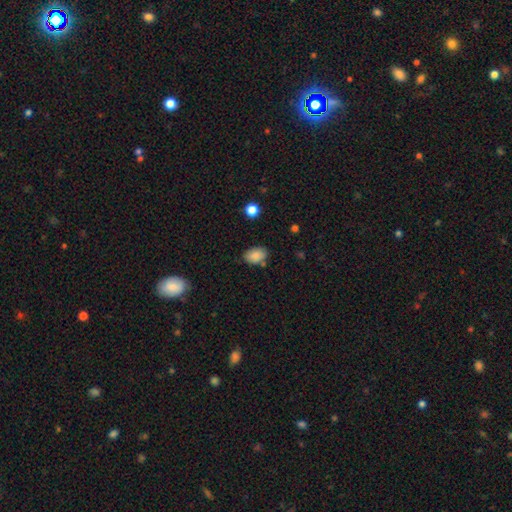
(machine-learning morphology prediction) Q: Smooth or featured?
A: smooth (86%); runner-up: star or artifact (8%)
Q: How rounded?
A: in between (85%); runner-up: round (13%)
Q: Merging?
A: none (75%); runner-up: minor disturbance (16%)